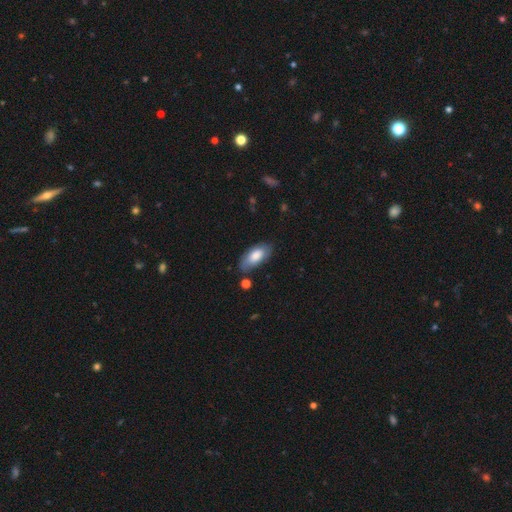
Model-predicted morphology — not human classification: Q: Smooth or featured?
A: smooth (76%); runner-up: featured or disk (18%)
Q: How rounded?
A: in between (90%); runner-up: cigar-shaped (7%)
Q: Merging?
A: none (72%); runner-up: minor disturbance (20%)